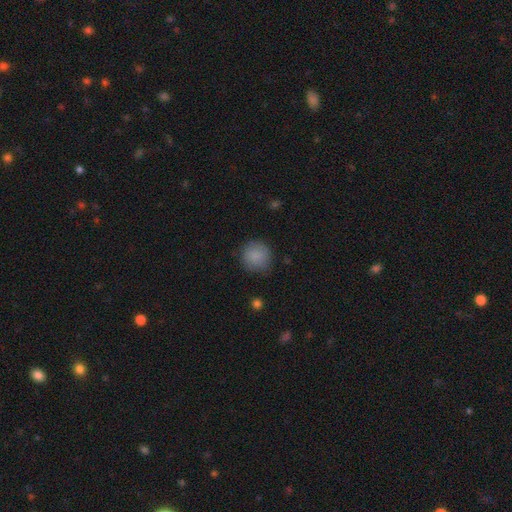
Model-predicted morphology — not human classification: This is clearly a smooth galaxy (86%). How rounded: clearly round (92%). Merging: clearly none (82%).